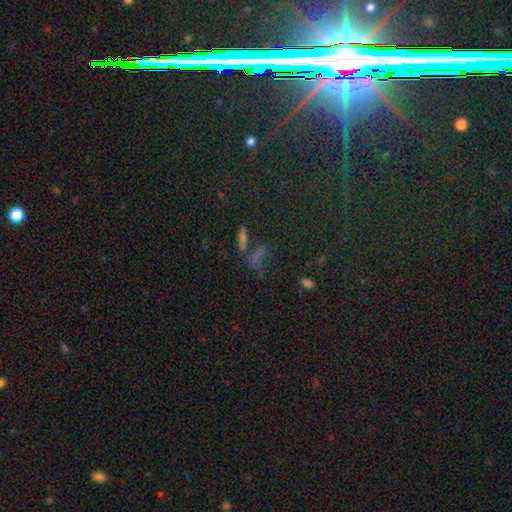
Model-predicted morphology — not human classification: A star or artifact, not a galaxy (49%).